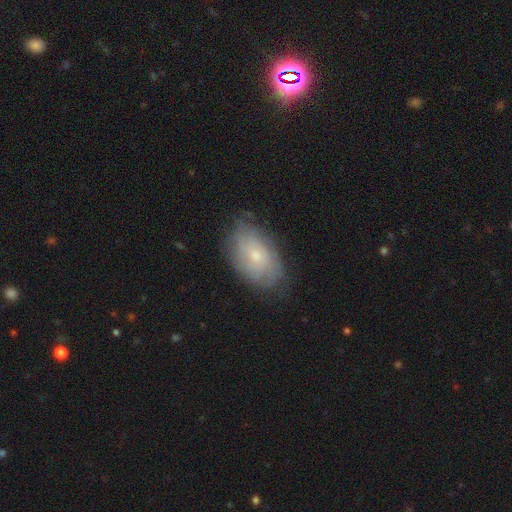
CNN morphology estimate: smooth-or-featured: smooth: 49% | featured or disk: 43% | star or artifact: 8%
  merging: none: 72% | minor disturbance: 21% | major disturbance: 6% | merger: 1%